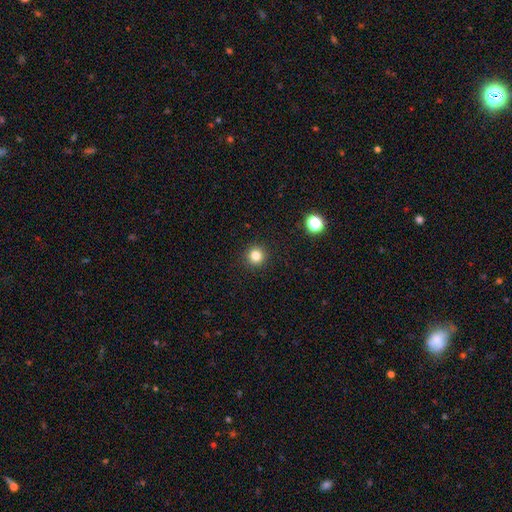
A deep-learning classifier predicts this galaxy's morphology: A smooth galaxy with no disk features (82%) that is round (95%). Merging: none (93%).